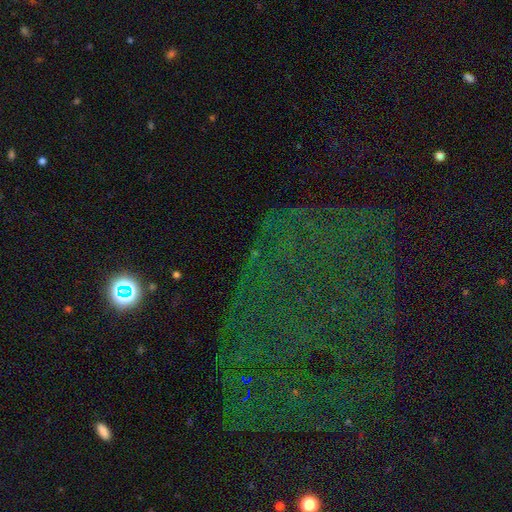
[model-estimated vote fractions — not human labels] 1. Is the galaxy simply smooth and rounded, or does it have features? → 75% star or artifact, 14% smooth, 11% featured or disk.